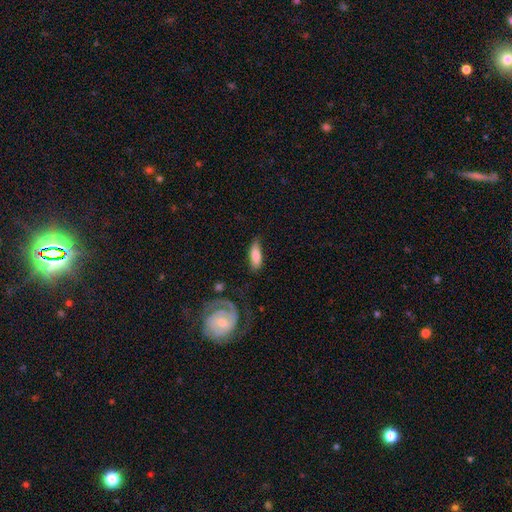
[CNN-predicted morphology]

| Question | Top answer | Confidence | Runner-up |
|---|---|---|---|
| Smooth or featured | smooth | 77% | featured or disk (17%) |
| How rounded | in between | 63% | cigar-shaped (34%) |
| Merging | none | 68% | minor disturbance (21%) |